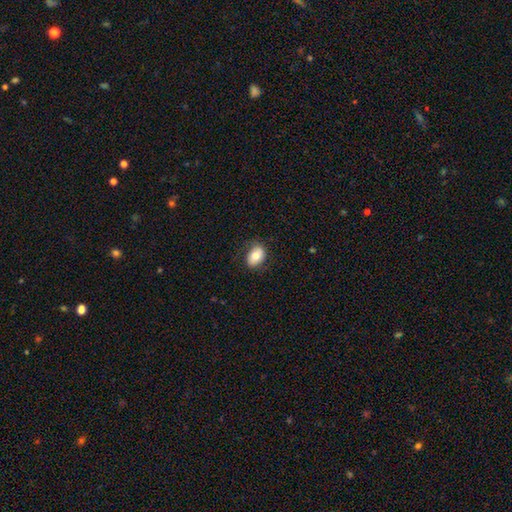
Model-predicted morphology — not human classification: smooth_or_featured: smooth (p=0.75) [alt: featured or disk p=0.18]
how_rounded: in between (p=0.78) [alt: round p=0.20]
merging: none (p=0.78) [alt: minor disturbance p=0.16]